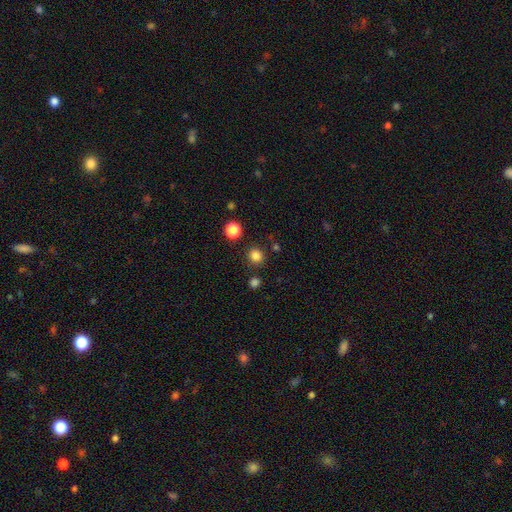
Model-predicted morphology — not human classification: The model was most divided on "smooth or featured": smooth: 82%, star or artifact: 14%, featured or disk: 4%. More confident: how rounded — round (89%); merging — none (86%).